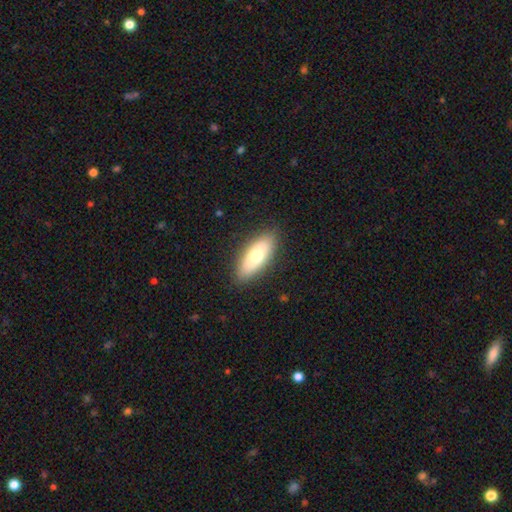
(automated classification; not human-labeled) Smooth or featured? smooth (67%)
How rounded? in between (75%)
Merging? none (88%)